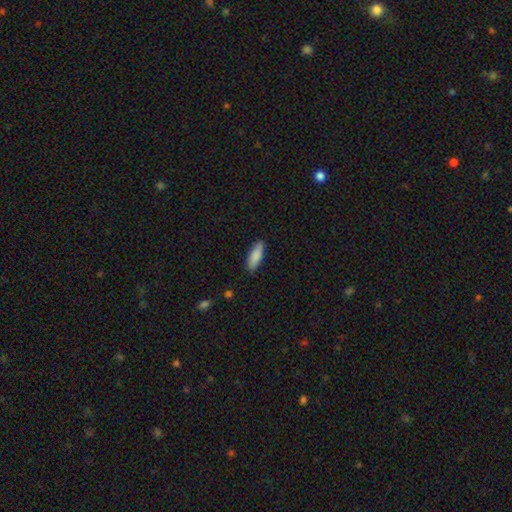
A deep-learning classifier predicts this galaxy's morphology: A smooth galaxy with no disk features (87%) that is in between round and cigar-shaped (53%). Merging: none (87%).